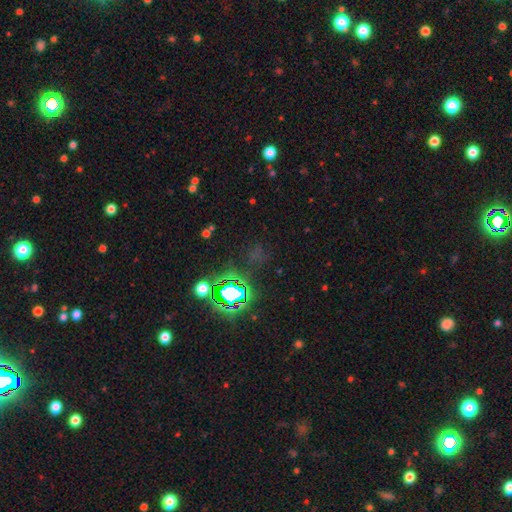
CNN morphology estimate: A star or artifact, not a galaxy (74%).

Vote fractions:
- Smooth or featured? star or artifact: 74% / smooth: 18% / featured or disk: 8%